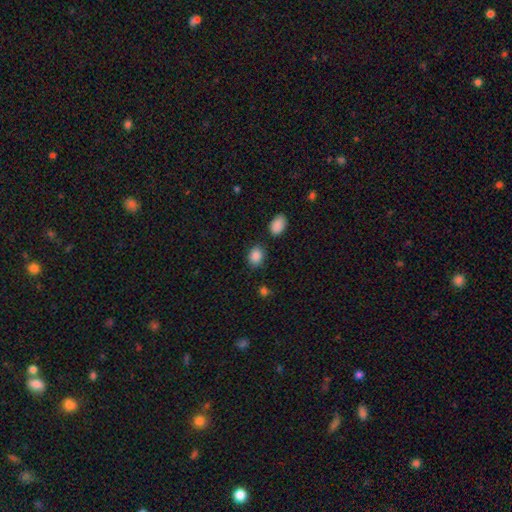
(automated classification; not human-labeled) This appears to be a smooth galaxy with no disk features (88%) that is in between round and cigar-shaped (57%). Merging: none (80%).